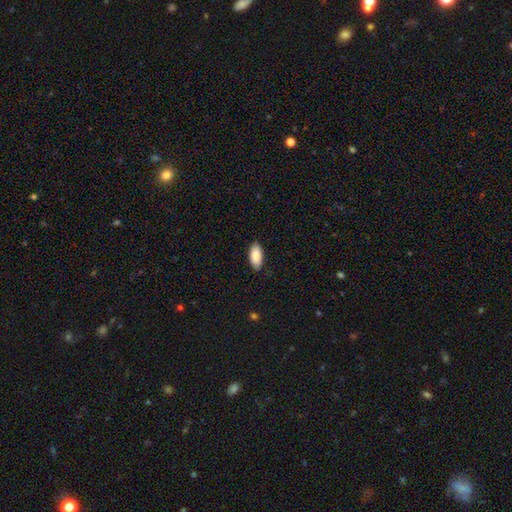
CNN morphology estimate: Overall: smooth (88%). How rounded: in between (92%). Merging: none (87%).